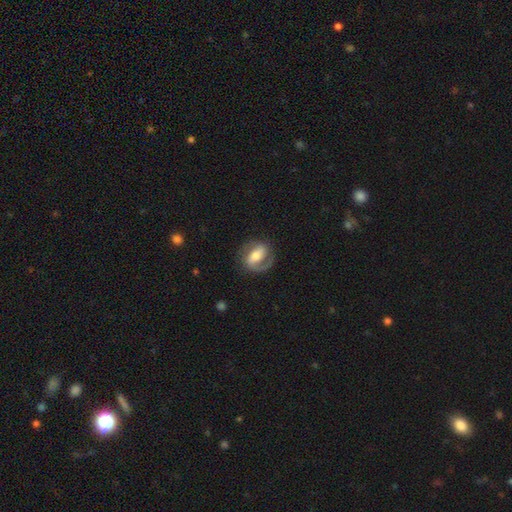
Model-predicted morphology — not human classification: Smooth or featured: featured or disk — 75% (smooth — 19%)
Edge-on disk: no — 96% (yes — 4%)
Bar: strong — 43% (weak — 36%)
Spiral arms: yes — 90% (no — 10%)
Spiral winding: medium — 47% (tight — 34%)
Spiral arm count: 2 — 67% (1 — 26%)
Bulge size: moderate — 57% (small — 23%)
Merging: none — 74% (minor disturbance — 15%)